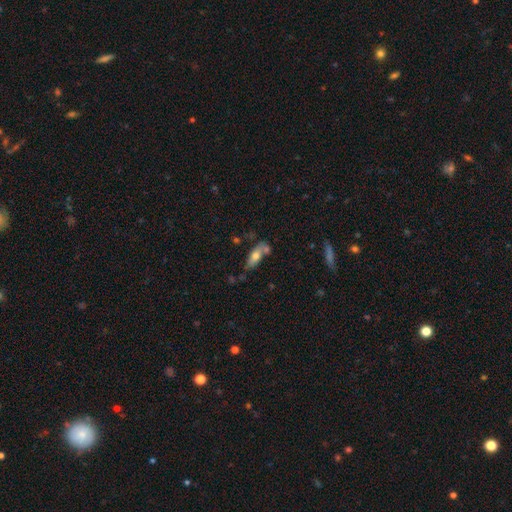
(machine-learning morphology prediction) smooth-or-featured: smooth: 65% | featured or disk: 28% | star or artifact: 8%
  how-rounded: in between: 69% | cigar-shaped: 28% | round: 3%
  merging: none: 52% | merger: 23% | minor disturbance: 18% | major disturbance: 6%